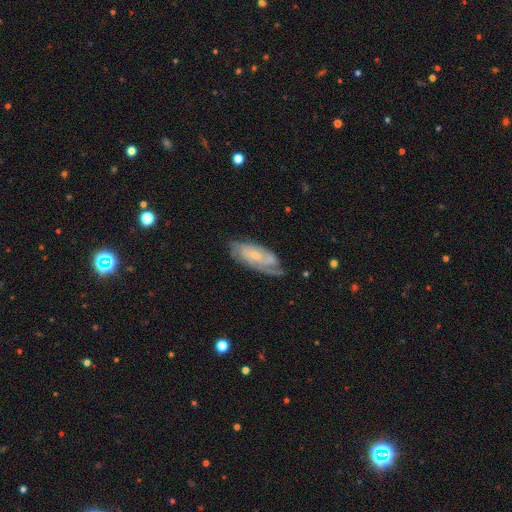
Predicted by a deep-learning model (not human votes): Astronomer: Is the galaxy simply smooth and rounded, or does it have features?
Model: featured or disk — 78%.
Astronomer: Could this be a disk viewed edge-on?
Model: no — 91%.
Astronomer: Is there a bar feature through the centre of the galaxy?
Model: no — 61%.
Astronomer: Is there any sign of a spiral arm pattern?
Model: yes — 93%.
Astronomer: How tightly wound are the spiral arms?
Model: tight — 57% (runner-up: medium, 34%).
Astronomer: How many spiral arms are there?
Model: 2 — 43% (runner-up: can't tell, 30%).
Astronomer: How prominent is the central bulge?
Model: small — 71%.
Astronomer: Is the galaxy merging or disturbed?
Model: none — 68%.